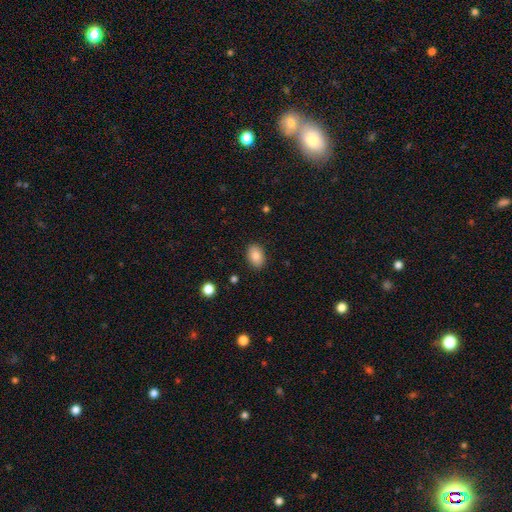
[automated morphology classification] Overall: smooth (83%). How rounded: in between (82%). Merging: none (88%).